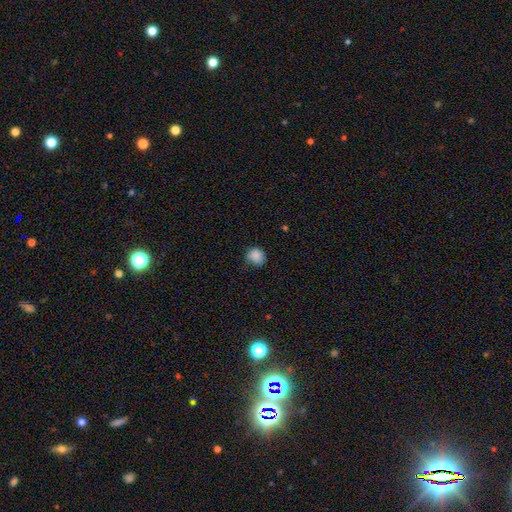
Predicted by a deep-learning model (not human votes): Smooth or featured? smooth (86%)
How rounded? round (78%)
Merging? none (69%)